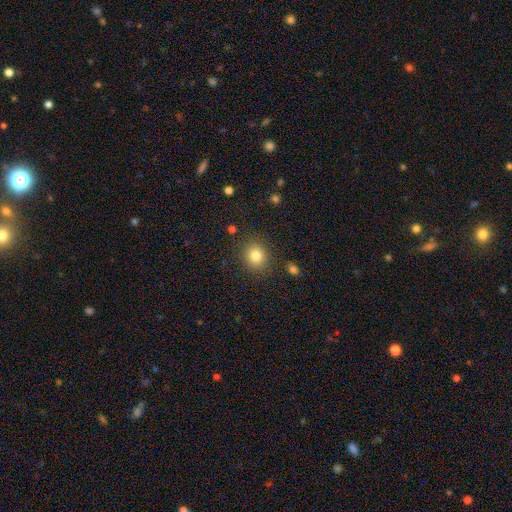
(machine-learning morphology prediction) Smooth or featured? smooth (82%)
How rounded? round (76%)
Merging? none (86%)